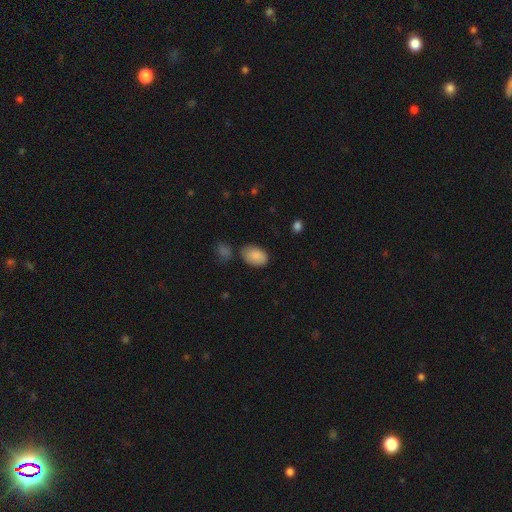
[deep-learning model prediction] Overall: smooth (87%). How rounded: in between (89%). Merging: none (71%).